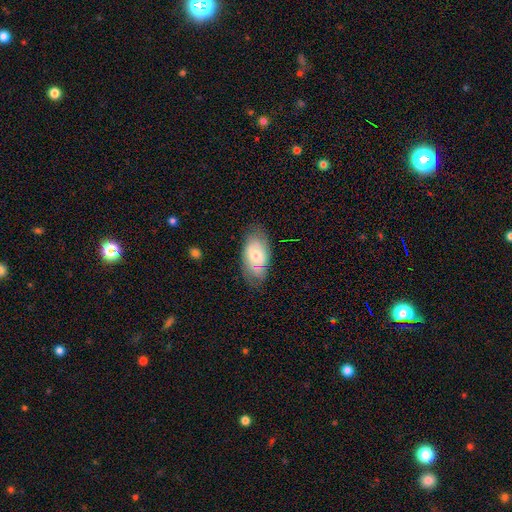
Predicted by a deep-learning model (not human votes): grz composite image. It shows a featured or disk galaxy (48%). Merging: none (70%).